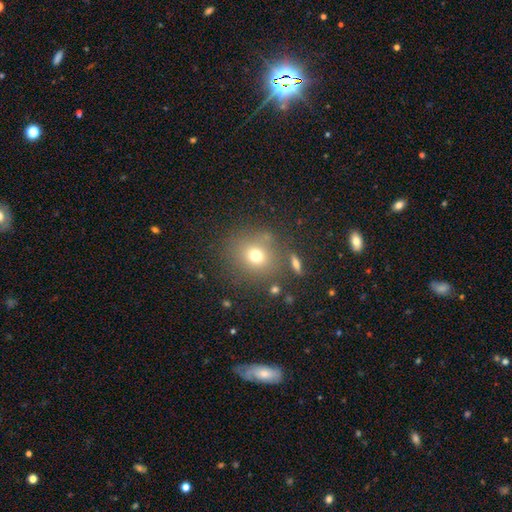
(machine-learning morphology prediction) Smooth or featured? Predicted: smooth (p=0.71). How rounded? Predicted: round (p=0.80). Merging? Predicted: none (p=0.78).